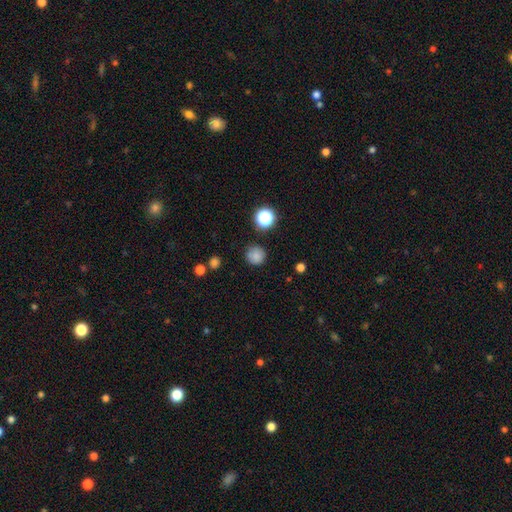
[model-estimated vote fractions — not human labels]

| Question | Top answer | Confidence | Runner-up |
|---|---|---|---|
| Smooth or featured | smooth | 82% | star or artifact (13%) |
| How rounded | round | 94% | in between (5%) |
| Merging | none | 84% | minor disturbance (10%) |